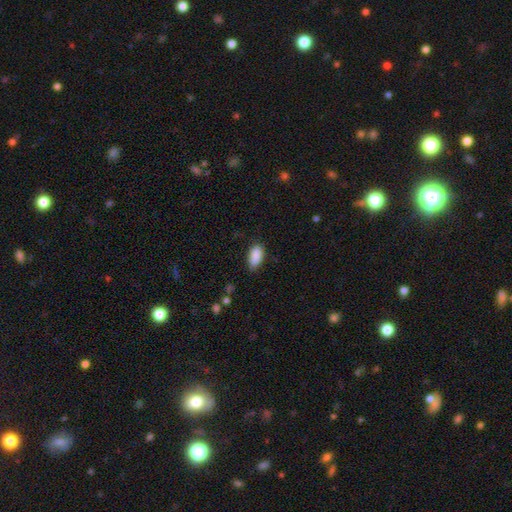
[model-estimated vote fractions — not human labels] smooth-or-featured: smooth: 89% | star or artifact: 7% | featured or disk: 4%
  how-rounded: in between: 91% | cigar-shaped: 5% | round: 3%
  merging: none: 75% | minor disturbance: 20% | major disturbance: 4% | merger: 1%